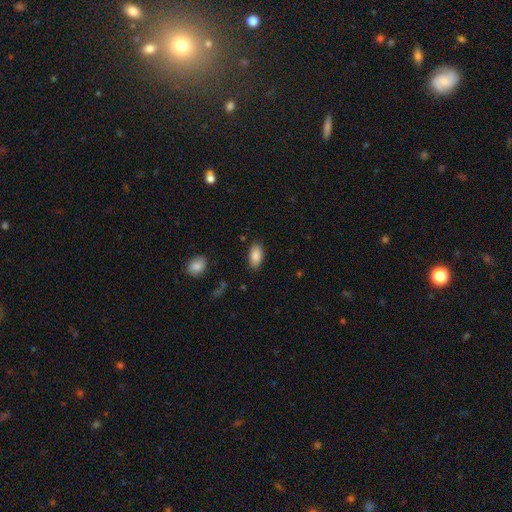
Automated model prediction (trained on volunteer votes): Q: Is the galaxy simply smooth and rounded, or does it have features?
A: smooth — 87%.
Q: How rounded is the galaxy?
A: in between — 92%.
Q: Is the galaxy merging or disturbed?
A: none — 85%.